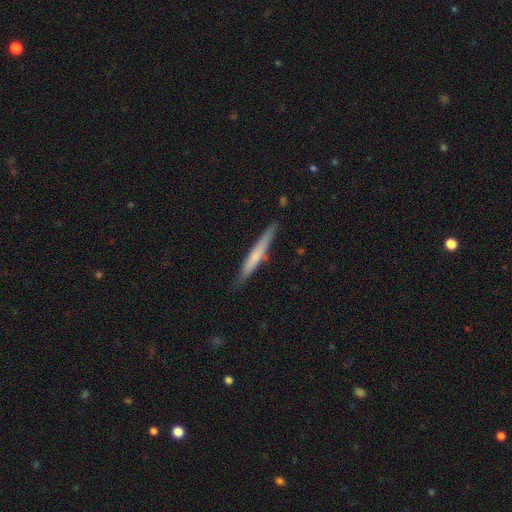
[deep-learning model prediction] Smooth or featured: smooth — 54% (featured or disk — 41%)
How rounded: cigar-shaped — 96% (in between — 3%)
Merging: none — 85% (minor disturbance — 11%)